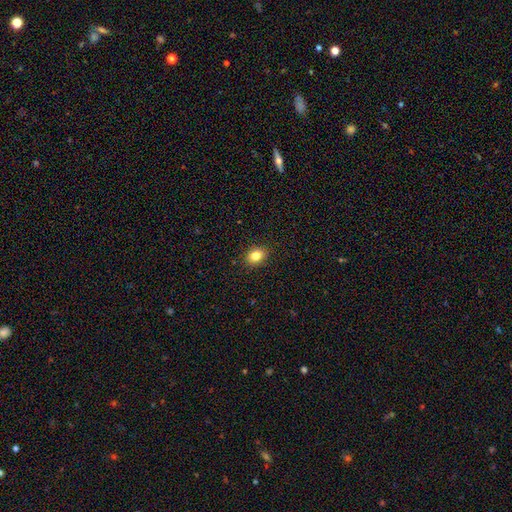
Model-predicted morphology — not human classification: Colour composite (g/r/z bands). It shows a smooth galaxy with no disk features (83%) that is in between round and cigar-shaped (59%). Merging: none (89%).